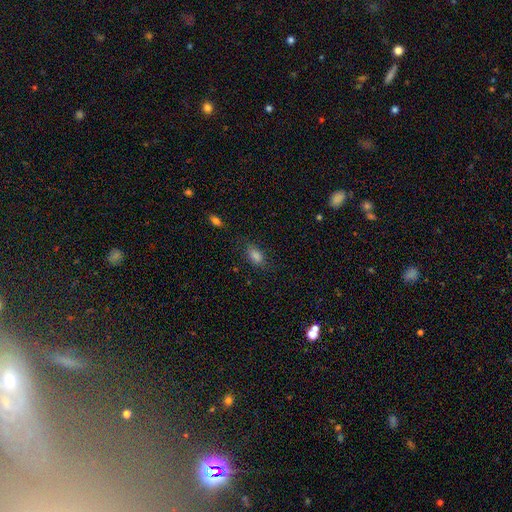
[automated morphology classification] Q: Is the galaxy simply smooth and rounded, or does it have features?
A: smooth — 78%.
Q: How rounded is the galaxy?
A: in between — 84%.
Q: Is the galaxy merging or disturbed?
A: none — 77%.